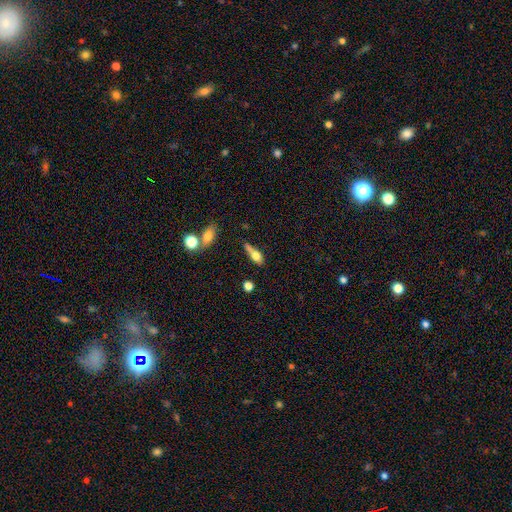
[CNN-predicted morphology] type=smooth (63%); roundness=in between (62%); merging=none (44%).